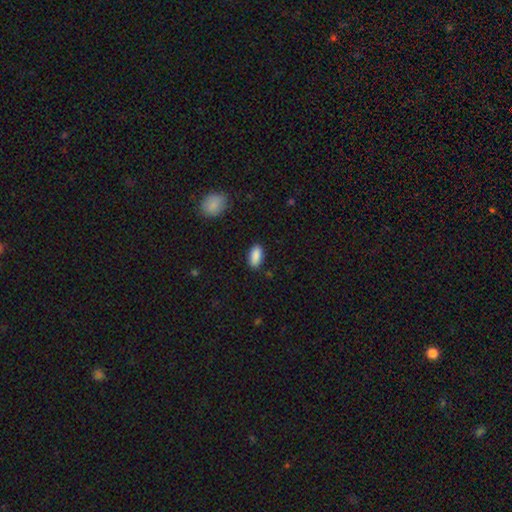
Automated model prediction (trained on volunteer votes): This appears to be a smooth galaxy with no disk features (90%) that is in between round and cigar-shaped (91%). Merging: none (87%).